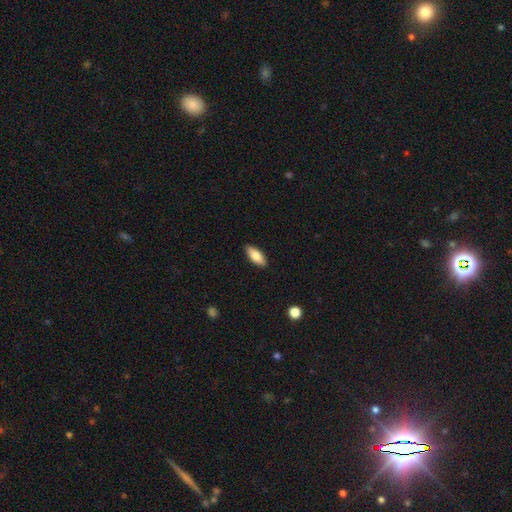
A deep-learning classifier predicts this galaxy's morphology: A smooth galaxy with no disk features (81%) that is in between round and cigar-shaped (79%). Merging: none (89%).